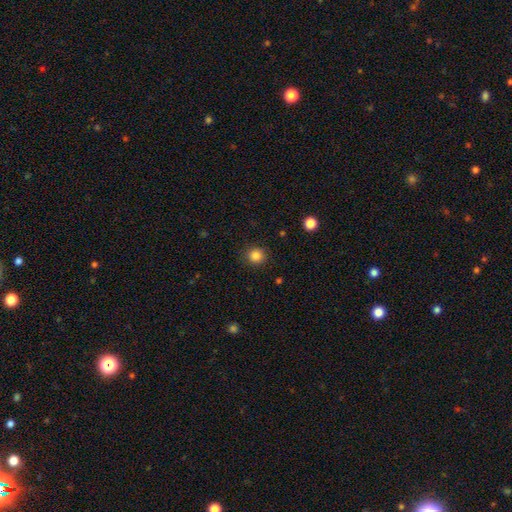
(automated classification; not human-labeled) smooth 85%, star or artifact 11%, featured or disk 4%. Down the decision tree: how rounded — round (88%); merging — none (89%).